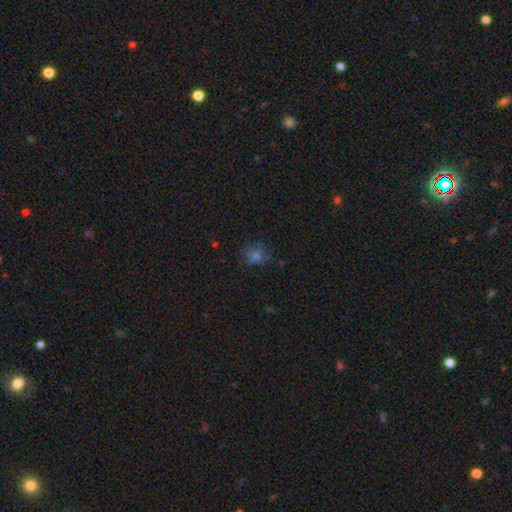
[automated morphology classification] type=smooth (61%); roundness=round (77%); merging=none (73%).